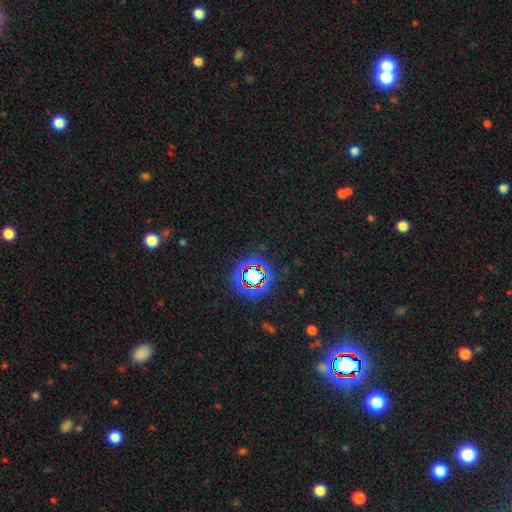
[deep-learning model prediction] Smooth or featured: star or artifact — 80% (smooth — 12%)